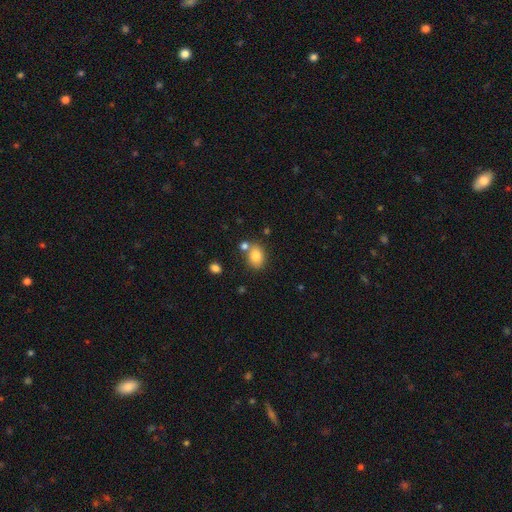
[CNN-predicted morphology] Smooth or featured: smooth — 82% (star or artifact — 10%)
How rounded: in between — 62% (round — 37%)
Merging: none — 66% (merger — 17%)